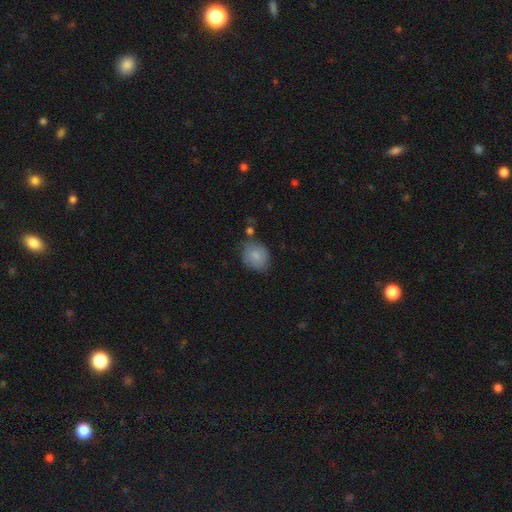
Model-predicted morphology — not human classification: A smooth galaxy with no disk features (82%) that is round (59%). Merging: none (64%).